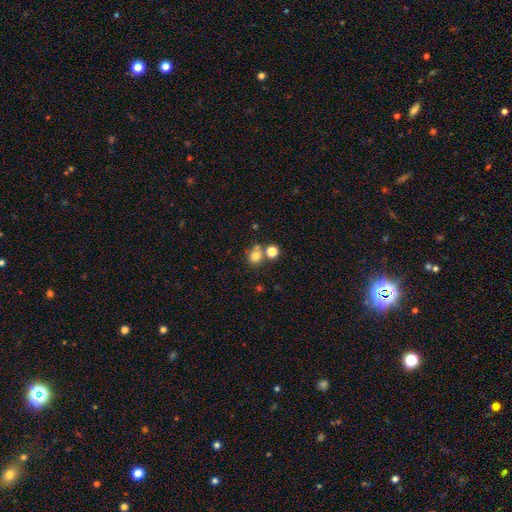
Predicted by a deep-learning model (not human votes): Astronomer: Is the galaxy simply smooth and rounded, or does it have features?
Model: smooth — 77%.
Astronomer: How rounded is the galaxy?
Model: round — 75%.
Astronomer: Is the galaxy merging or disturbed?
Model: none — 56%.